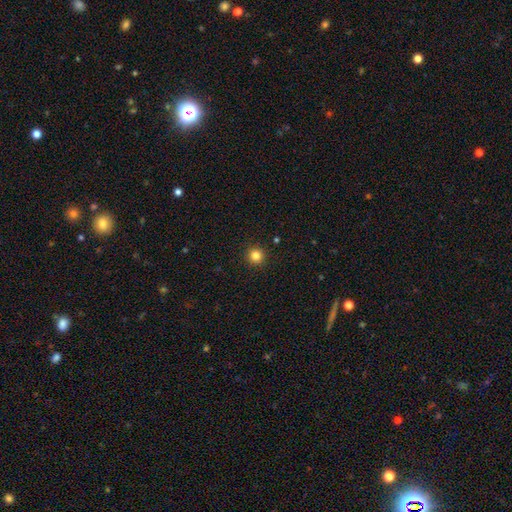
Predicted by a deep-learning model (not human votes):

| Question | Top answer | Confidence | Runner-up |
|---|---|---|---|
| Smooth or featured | smooth | 83% | star or artifact (12%) |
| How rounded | round | 95% | in between (4%) |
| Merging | none | 92% | minor disturbance (5%) |